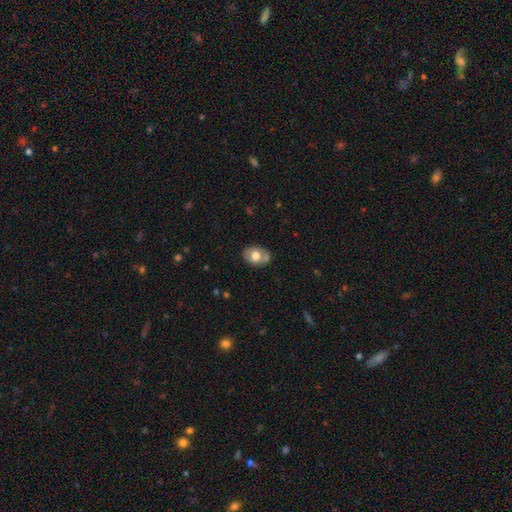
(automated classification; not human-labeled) Smooth or featured? smooth (67%)
How rounded? in between (69%)
Merging? none (66%)